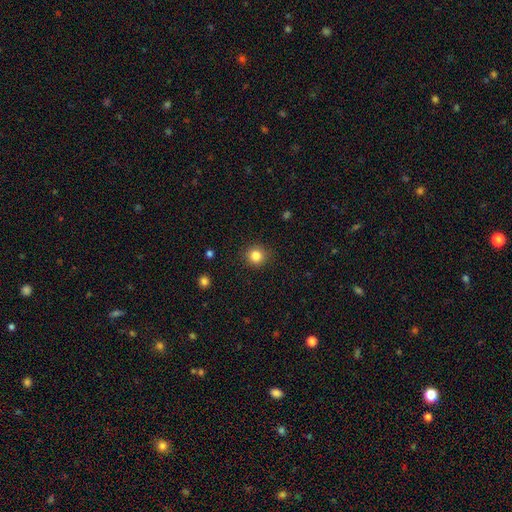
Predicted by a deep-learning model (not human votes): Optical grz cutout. It shows a smooth galaxy with no disk features (83%) that is round (92%). Merging: none (90%).